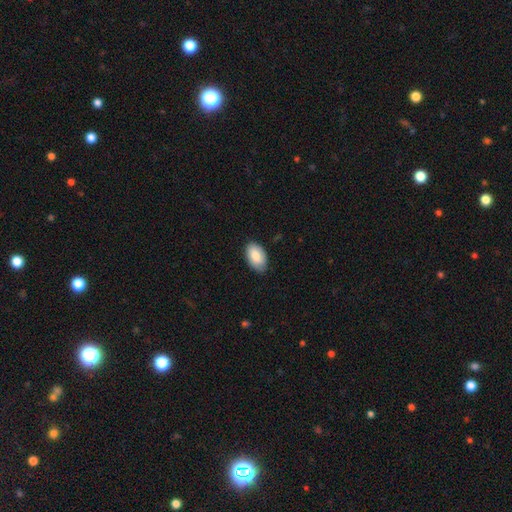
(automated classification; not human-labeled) This is clearly a smooth galaxy (82%). How rounded: clearly in between (94%). Merging: likely none (79%).